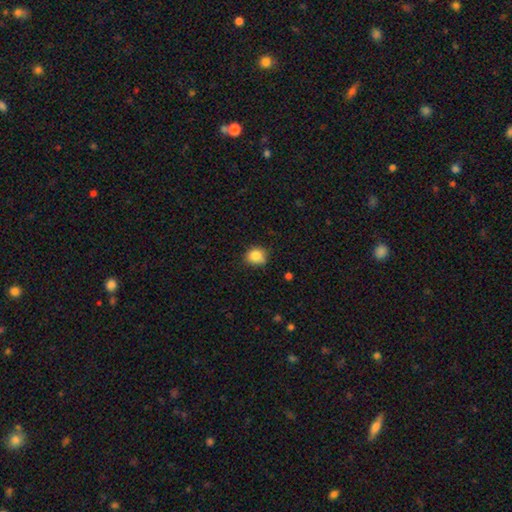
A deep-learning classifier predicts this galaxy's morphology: smooth_or_featured: smooth (p=0.84) [alt: star or artifact p=0.10]
how_rounded: round (p=0.76) [alt: in between p=0.23]
merging: none (p=0.74) [alt: minor disturbance p=0.21]